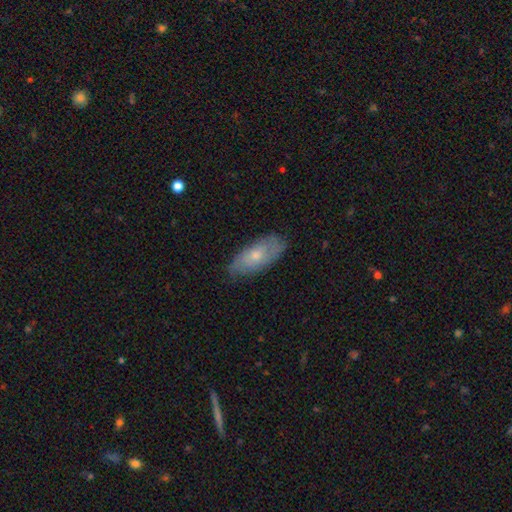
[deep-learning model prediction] The model was most divided on "smooth or featured": smooth: 57%, featured or disk: 36%, star or artifact: 6%. More confident: how rounded — in between (84%); merging — none (78%).